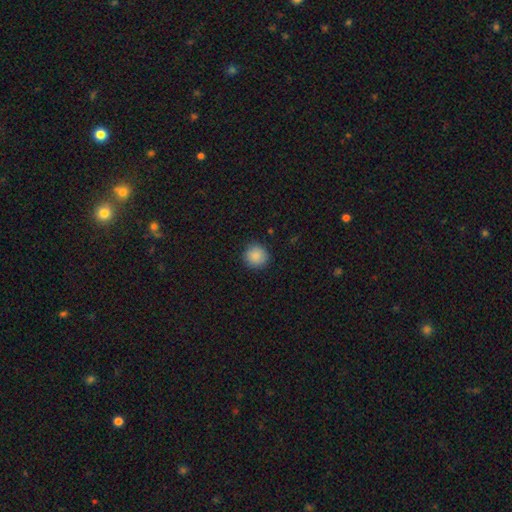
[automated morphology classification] type=smooth (88%); roundness=round (94%); merging=none (90%).